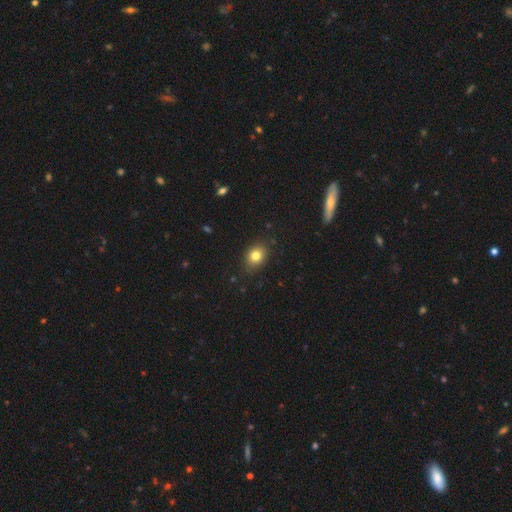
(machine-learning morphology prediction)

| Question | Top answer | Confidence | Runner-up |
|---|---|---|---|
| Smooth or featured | smooth | 81% | star or artifact (11%) |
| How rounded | in between | 53% | round (45%) |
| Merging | none | 83% | minor disturbance (13%) |